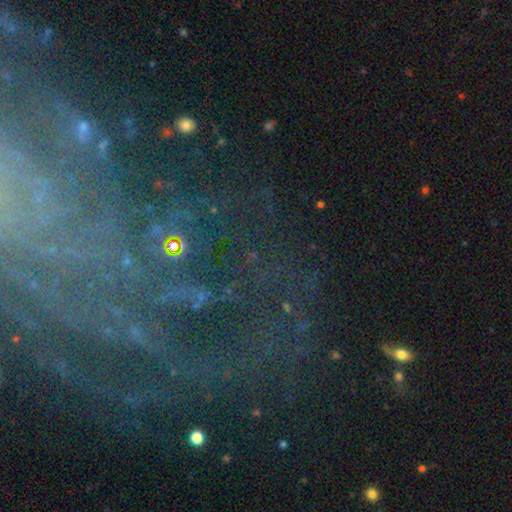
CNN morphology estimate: Smooth or featured?
  - featured or disk: 50% *
  - star or artifact: 37%
  - smooth: 13%
Edge-on disk?
  - no: 90% *
  - yes: 10%
Merging?
  - none: 67% *
  - minor disturbance: 15%
  - major disturbance: 12%
  - merger: 5%